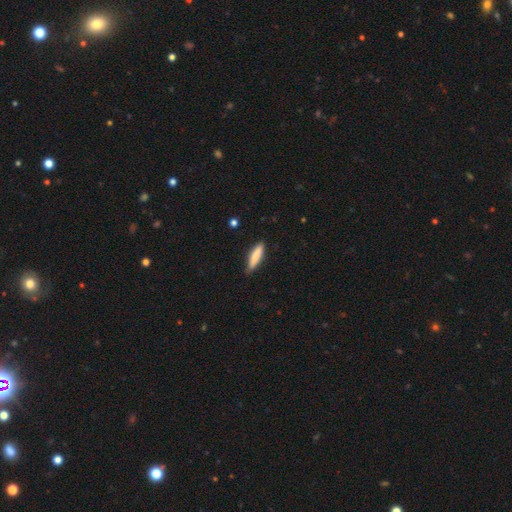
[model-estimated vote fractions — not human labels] Morphology: type=smooth (83%); roundness=cigar-shaped (75%); merging=none (80%).